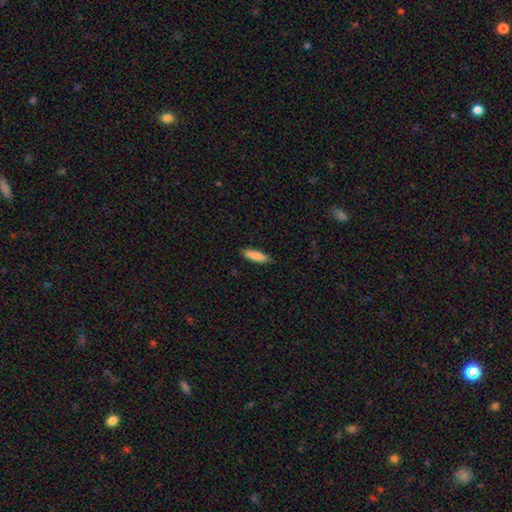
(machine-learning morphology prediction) type=smooth (87%); roundness=cigar-shaped (68%); merging=none (87%).